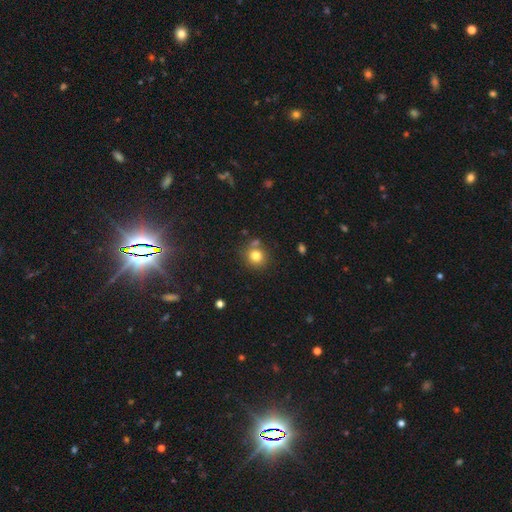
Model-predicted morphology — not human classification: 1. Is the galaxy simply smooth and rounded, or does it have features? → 80% smooth, 12% star or artifact, 8% featured or disk.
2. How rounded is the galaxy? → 88% round, 11% in between, 1% cigar-shaped.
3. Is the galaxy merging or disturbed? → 72% none, 13% merger, 11% minor disturbance, 3% major disturbance.